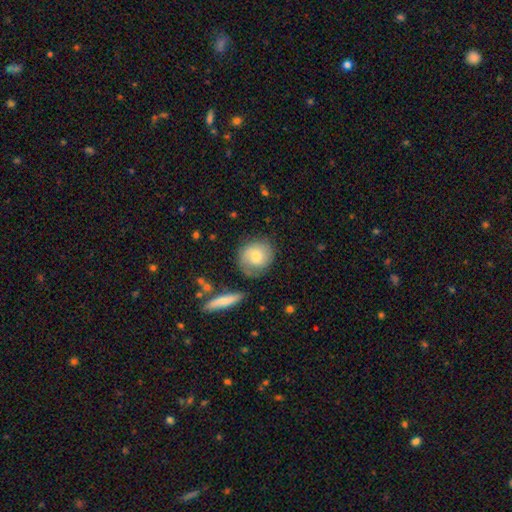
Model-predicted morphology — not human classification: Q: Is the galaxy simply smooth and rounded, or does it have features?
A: smooth — 59%.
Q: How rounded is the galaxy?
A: round — 82%.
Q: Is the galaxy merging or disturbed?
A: none — 67%.